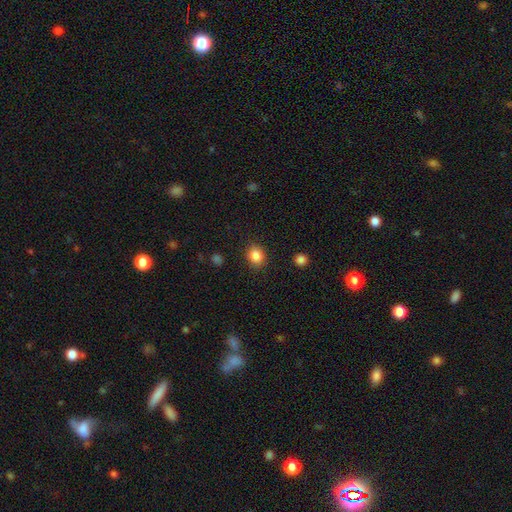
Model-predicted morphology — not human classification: This appears to be a smooth galaxy with no disk features (86%) that is round (70%). Merging: none (87%).